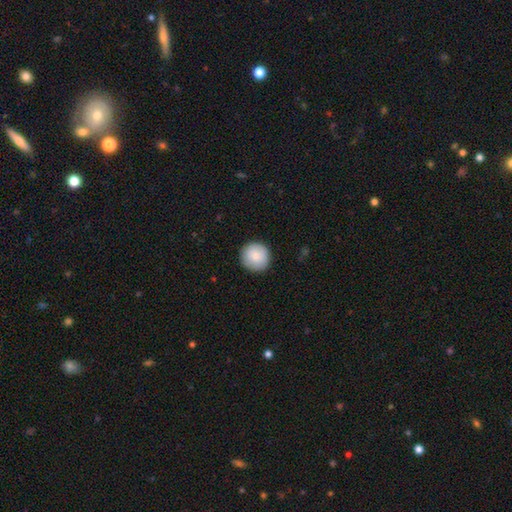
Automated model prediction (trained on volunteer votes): Smooth or featured: smooth — 84% (featured or disk — 9%)
How rounded: round — 95% (in between — 4%)
Merging: none — 90% (minor disturbance — 7%)